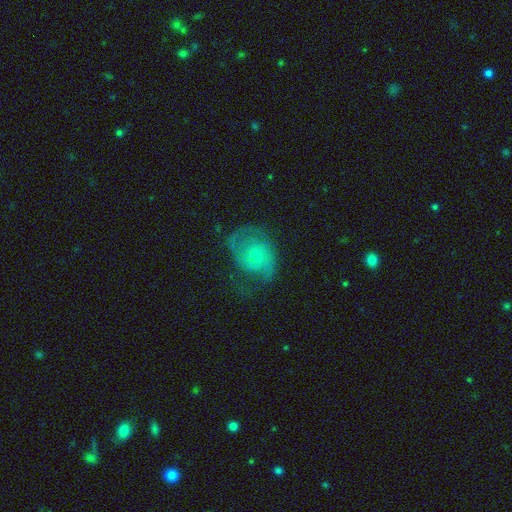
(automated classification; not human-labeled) smooth-or-featured: featured or disk: 75% | smooth: 17% | star or artifact: 8%
  disk-edge-on: no: 97% | yes: 3%
    bar: no: 77% | weak: 20% | strong: 3%
    has-spiral-arms: yes: 91% | no: 9%
      spiral-winding: medium: 46% | tight: 31% | loose: 24%
      spiral-arm-count: 2: 74% | can't tell: 12% | 1: 5% | 3: 4% | 4: 2% | more than 4: 2%
    bulge-size: small: 70% | moderate: 25% | none: 2% | large: 2% | dominant: 1%
  merging: none: 58% | minor disturbance: 23% | major disturbance: 17% | merger: 1%